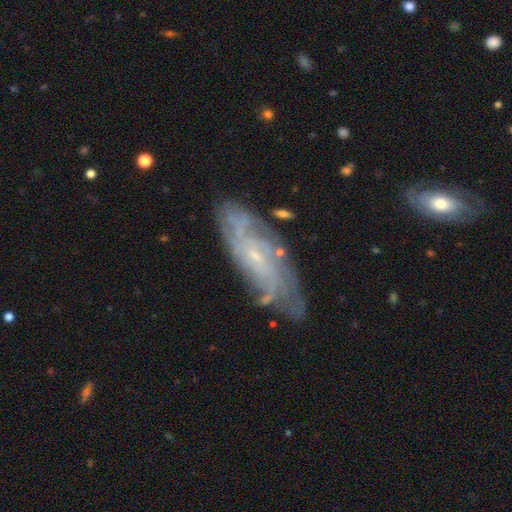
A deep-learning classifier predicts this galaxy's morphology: Smooth or featured: featured or disk — 81% (smooth — 12%)
Edge-on disk: no — 86% (yes — 14%)
Bar: no — 67% (weak — 27%)
Spiral arms: yes — 94% (no — 6%)
Spiral winding: tight — 62% (medium — 30%)
Spiral arm count: can't tell — 43% (4 — 17%)
Bulge size: small — 82% (moderate — 12%)
Merging: none — 75% (minor disturbance — 18%)